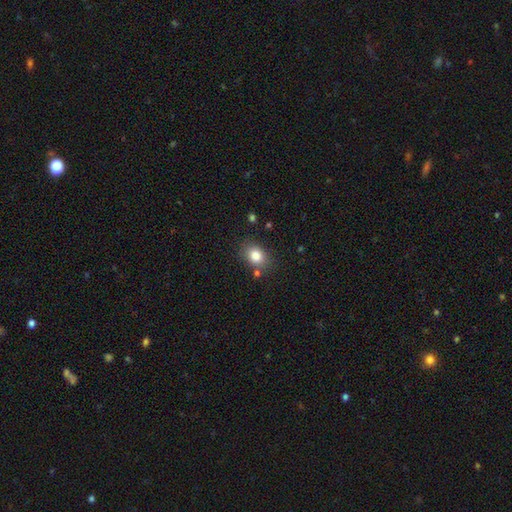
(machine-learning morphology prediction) Smooth or featured? smooth (82%)
How rounded? in between (59%)
Merging? none (78%)